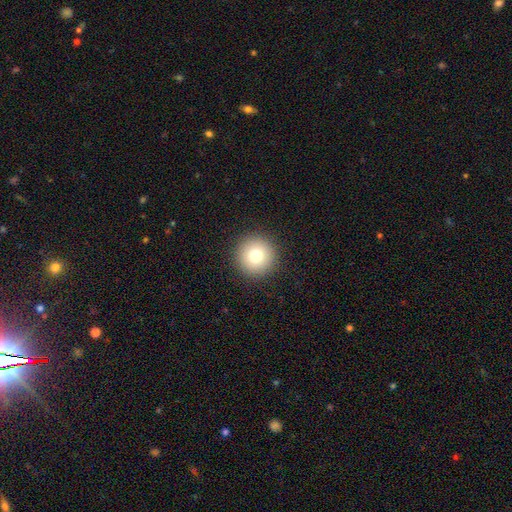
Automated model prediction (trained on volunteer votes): smooth 78%, star or artifact 11%, featured or disk 10%. Down the decision tree: how rounded — round (96%); merging — none (93%).